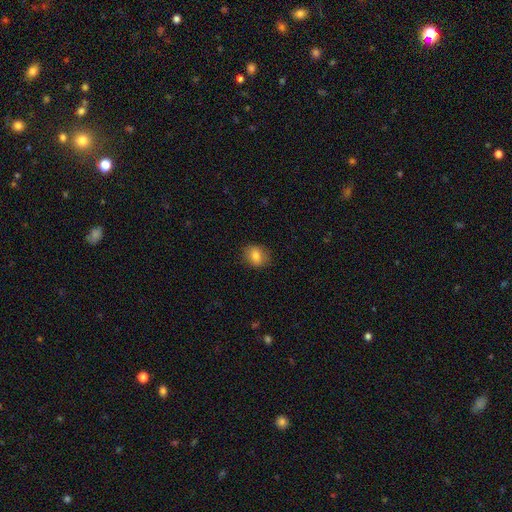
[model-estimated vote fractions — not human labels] Smooth or featured? smooth (79%)
How rounded? round (54%)
Merging? none (86%)